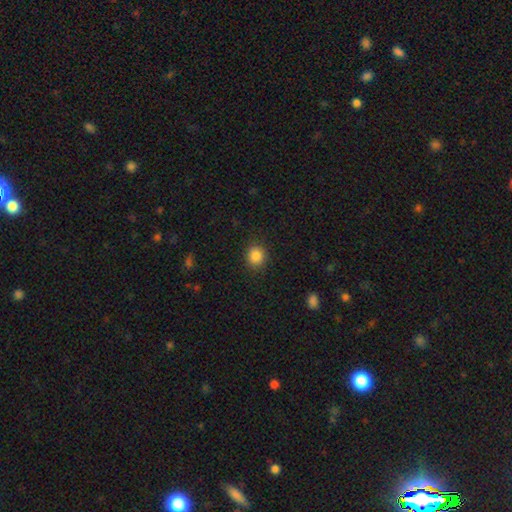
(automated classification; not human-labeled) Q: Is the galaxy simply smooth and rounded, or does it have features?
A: smooth — 86%.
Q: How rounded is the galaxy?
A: round — 84%.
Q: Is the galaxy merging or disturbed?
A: none — 89%.